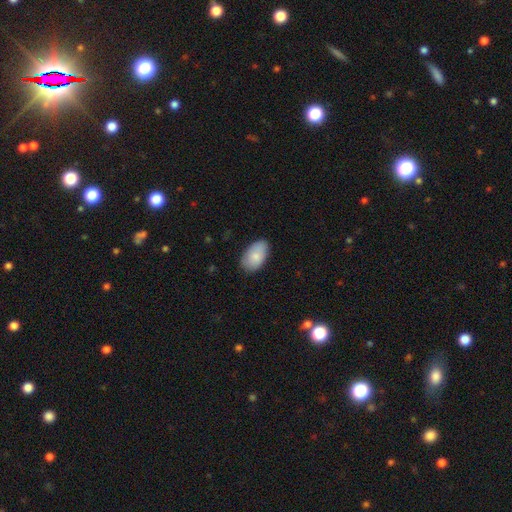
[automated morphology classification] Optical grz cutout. It shows a smooth galaxy with no disk features (84%) that is in between round and cigar-shaped (94%). Merging: none (80%).